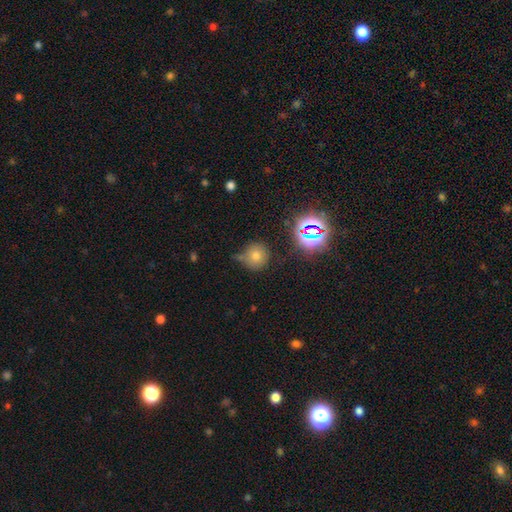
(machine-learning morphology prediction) Overall: smooth (61%; star or artifact 28%). How rounded: round (90%). Merging: none (66%).